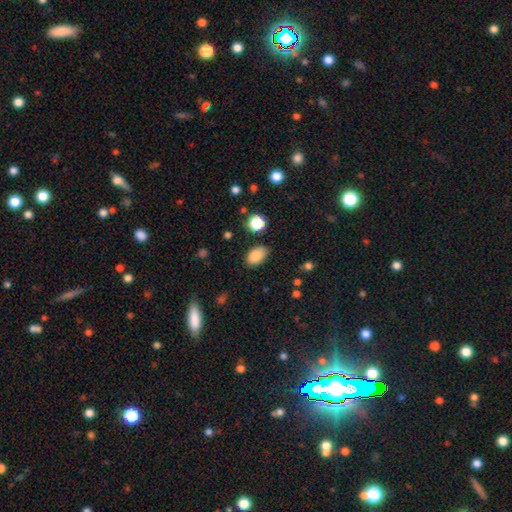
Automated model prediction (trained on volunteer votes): Overall: smooth (85%). How rounded: in between (90%). Merging: none (84%).